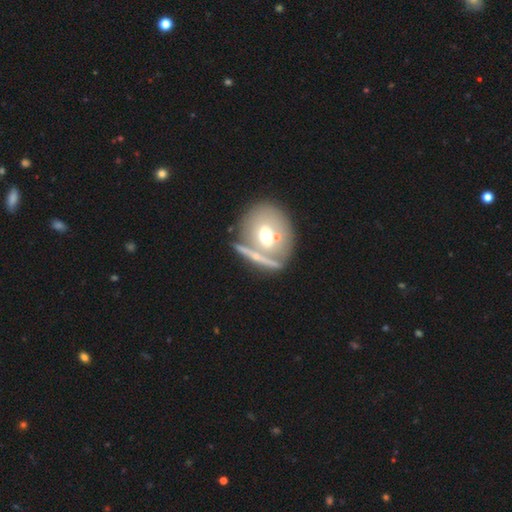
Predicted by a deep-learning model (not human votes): This appears to be a featured or disk galaxy (45%, tied with smooth). Merging: none (51%).